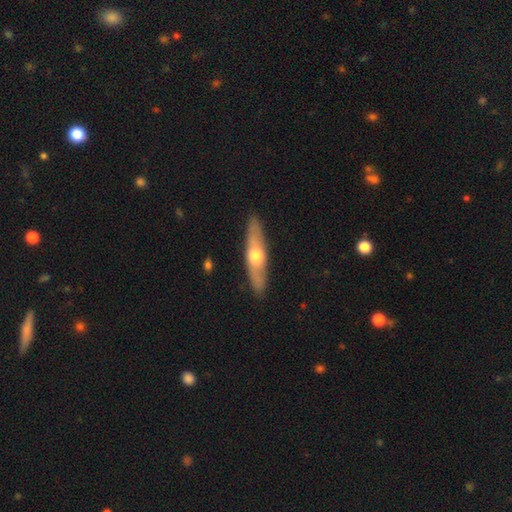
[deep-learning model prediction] featured or disk 50%, smooth 45%, star or artifact 5%. Down the decision tree: edge-on disk — yes (76%); merging — none (89%).